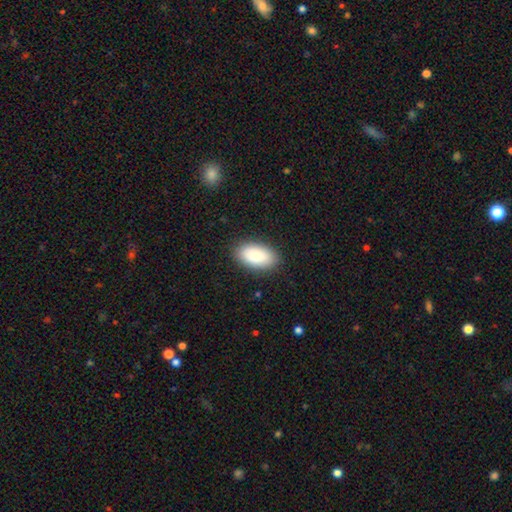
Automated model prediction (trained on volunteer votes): smooth_or_featured: smooth (p=0.87) [alt: featured or disk p=0.06]
how_rounded: in between (p=0.95) [alt: round p=0.03]
merging: none (p=0.88) [alt: minor disturbance p=0.09]